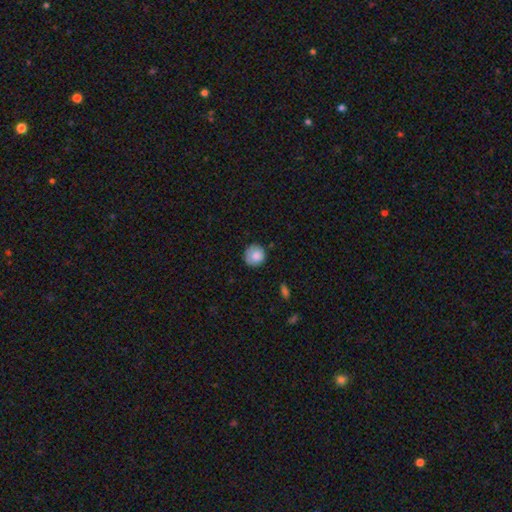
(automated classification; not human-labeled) Smooth or featured?
  - smooth: 81% *
  - featured or disk: 12%
  - star or artifact: 7%
How rounded?
  - round: 89% *
  - in between: 11%
  - cigar-shaped: 1%
Merging?
  - none: 75% *
  - minor disturbance: 19%
  - major disturbance: 4%
  - merger: 2%